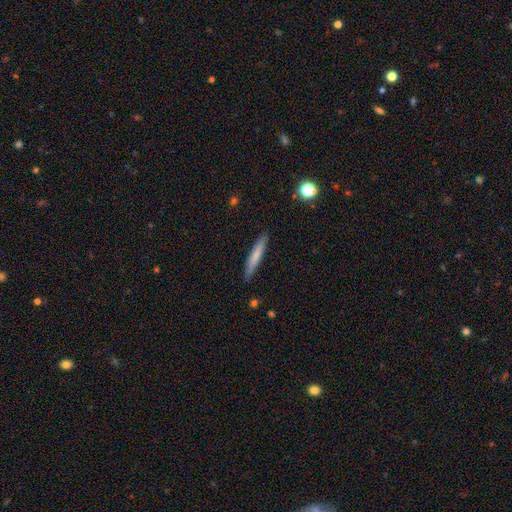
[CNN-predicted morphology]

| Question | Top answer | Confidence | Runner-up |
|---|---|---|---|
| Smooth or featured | smooth | 71% | featured or disk (24%) |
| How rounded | cigar-shaped | 95% | in between (4%) |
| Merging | none | 89% | minor disturbance (8%) |